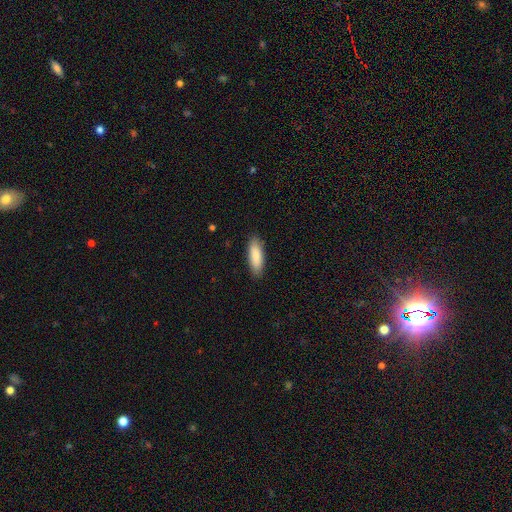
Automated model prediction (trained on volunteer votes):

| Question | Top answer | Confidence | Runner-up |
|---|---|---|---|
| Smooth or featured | smooth | 87% | featured or disk (7%) |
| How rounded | in between | 57% | cigar-shaped (42%) |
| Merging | none | 88% | minor disturbance (10%) |